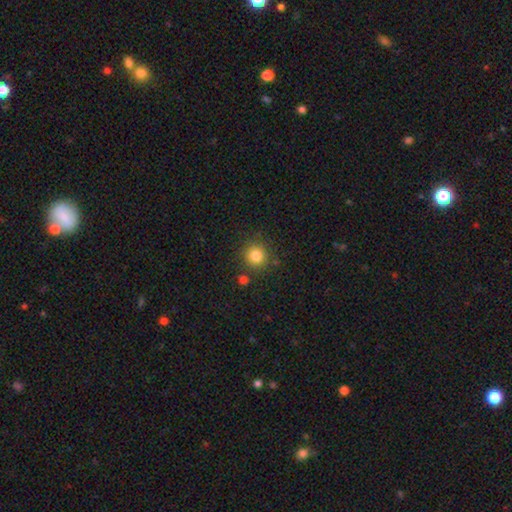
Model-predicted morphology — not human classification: This is clearly a smooth galaxy (83%). How rounded: clearly round (92%). Merging: clearly none (84%).